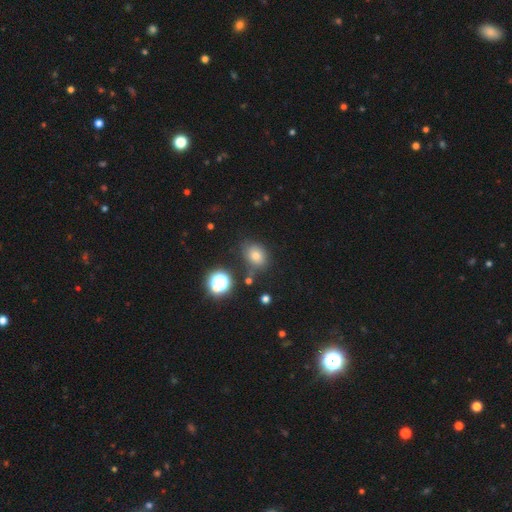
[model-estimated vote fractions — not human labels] smooth-or-featured: smooth: 70% | star or artifact: 19% | featured or disk: 10%
  how-rounded: in between: 55% | round: 44% | cigar-shaped: 1%
  merging: none: 70% | minor disturbance: 18% | merger: 6% | major disturbance: 6%